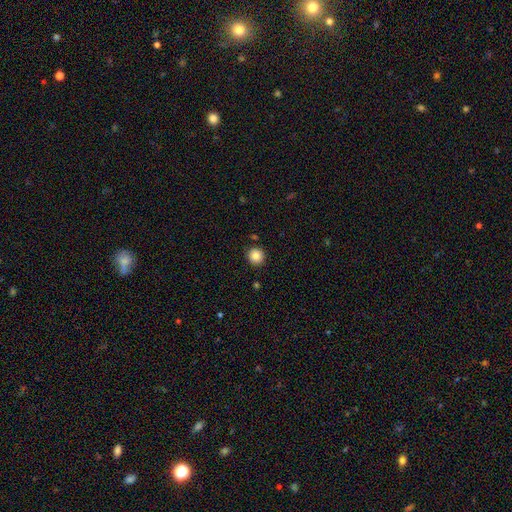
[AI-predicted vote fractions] The model was most divided on "smooth or featured": smooth: 86%, star or artifact: 10%, featured or disk: 4%. More confident: how rounded — round (92%); merging — none (90%).